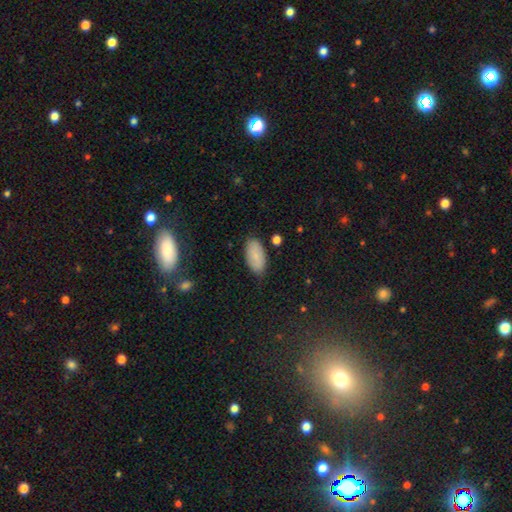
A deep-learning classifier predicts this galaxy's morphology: Smooth or featured: smooth — 80% (featured or disk — 12%)
How rounded: in between — 95% (cigar-shaped — 3%)
Merging: none — 81% (minor disturbance — 14%)